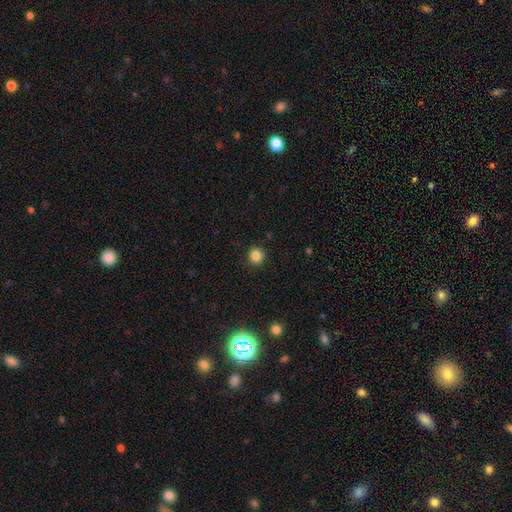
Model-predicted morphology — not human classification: Smooth or featured? smooth (84%)
How rounded? round (92%)
Merging? none (90%)